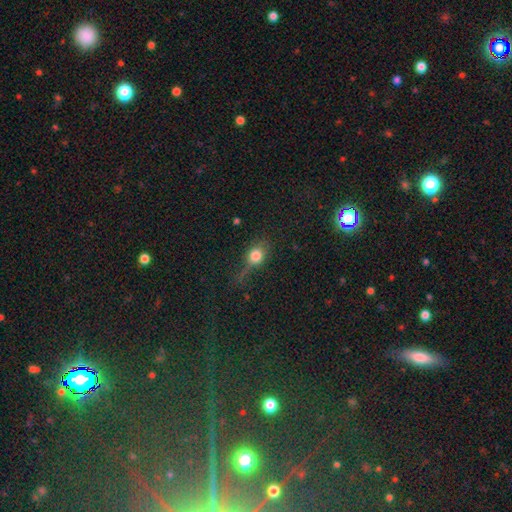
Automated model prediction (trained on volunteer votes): smooth_or_featured: smooth (p=0.71) [alt: featured or disk p=0.15]
how_rounded: round (p=0.57) [alt: in between p=0.39]
merging: none (p=0.50) [alt: minor disturbance p=0.27]